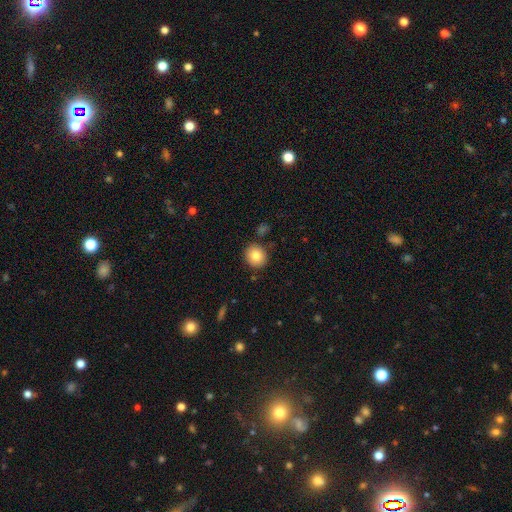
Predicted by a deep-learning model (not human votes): A smooth galaxy with no disk features (84%) that is round (84%).

Vote fractions:
- Smooth or featured? smooth: 84% / star or artifact: 9% / featured or disk: 7%
- How rounded? round: 84% / in between: 15% / cigar-shaped: 1%
- Merging? none: 85% / minor disturbance: 9% / merger: 4% / major disturbance: 3%